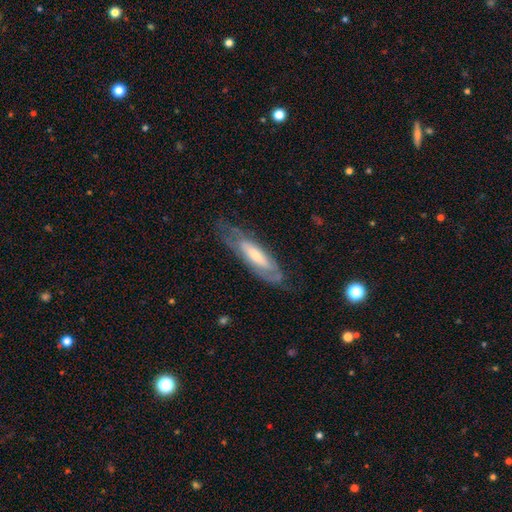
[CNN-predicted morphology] Q: Smooth or featured?
A: featured or disk (62%); runner-up: smooth (32%)
Q: Edge-on disk?
A: no (67%); runner-up: yes (33%)
Q: Merging?
A: none (63%); runner-up: minor disturbance (23%)